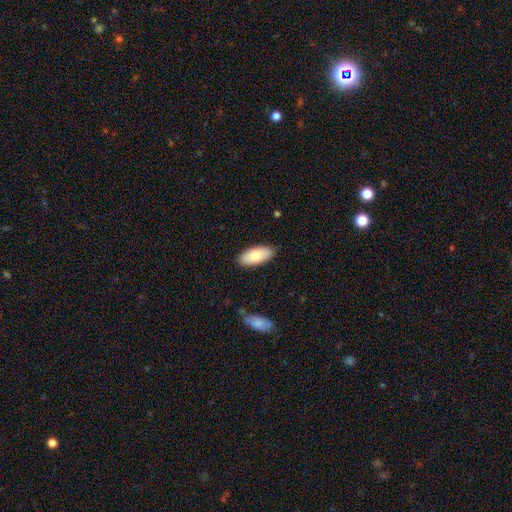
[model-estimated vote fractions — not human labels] smooth-or-featured: smooth: 79% | featured or disk: 16% | star or artifact: 6%
  how-rounded: in between: 89% | cigar-shaped: 9% | round: 2%
  merging: none: 87% | minor disturbance: 10% | major disturbance: 2% | merger: 1%